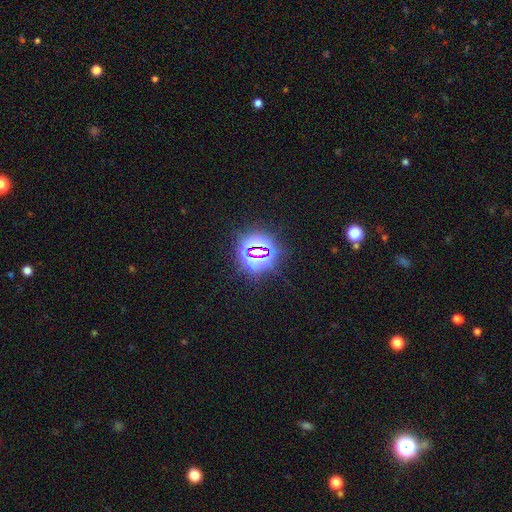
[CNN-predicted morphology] A star or artifact, not a galaxy (79%).